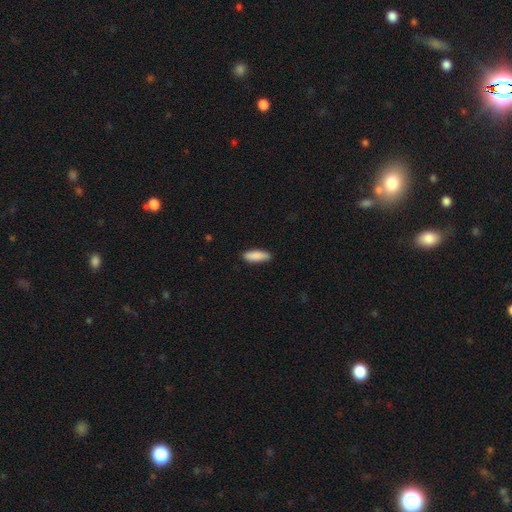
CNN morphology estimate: A smooth galaxy with no disk features (89%) that is in between round and cigar-shaped (60%).

Vote fractions:
- Smooth or featured? smooth: 89% / star or artifact: 6% / featured or disk: 6%
- How rounded? in between: 60% / cigar-shaped: 38% / round: 2%
- Merging? none: 87% / minor disturbance: 10% / major disturbance: 2% / merger: 1%